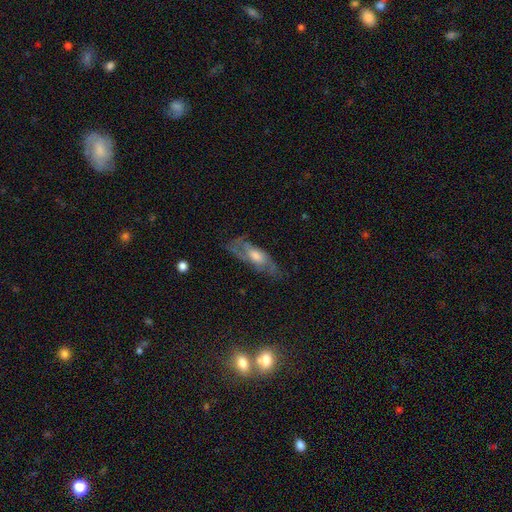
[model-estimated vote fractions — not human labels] smooth-or-featured: featured or disk: 67% | smooth: 25% | star or artifact: 8%
  disk-edge-on: no: 76% | yes: 24%
    bar: no: 62% | weak: 32% | strong: 6%
    has-spiral-arms: yes: 81% | no: 19%
    bulge-size: moderate: 58% | small: 18% | large: 18% | none: 4% | dominant: 2%
  merging: none: 64% | minor disturbance: 22% | major disturbance: 12% | merger: 2%